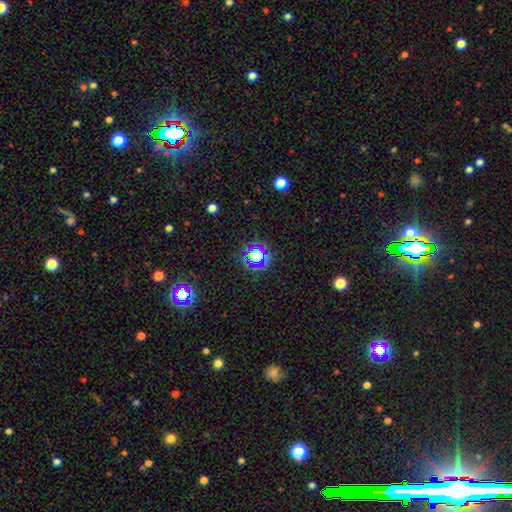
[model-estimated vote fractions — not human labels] Smooth or featured?
  - star or artifact: 67% *
  - smooth: 24%
  - featured or disk: 10%